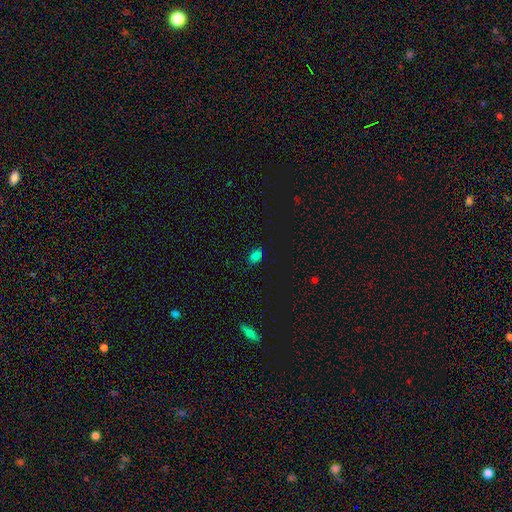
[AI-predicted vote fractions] smooth 77%, star or artifact 18%, featured or disk 5%. Down the decision tree: how rounded — in between (84%); merging — none (79%).